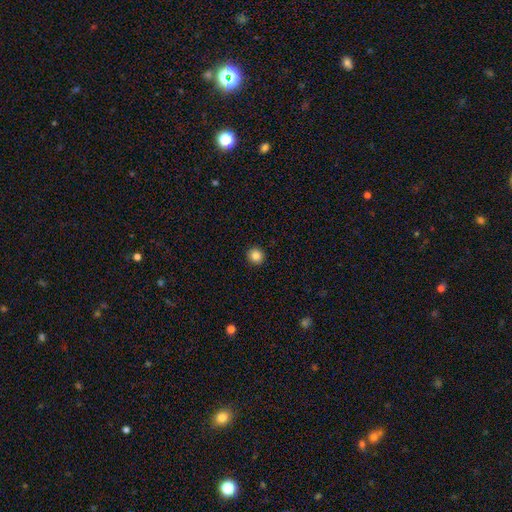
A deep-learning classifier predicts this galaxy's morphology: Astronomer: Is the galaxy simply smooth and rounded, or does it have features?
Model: smooth — 85%.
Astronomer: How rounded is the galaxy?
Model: round — 93%.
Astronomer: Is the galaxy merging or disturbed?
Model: none — 93%.